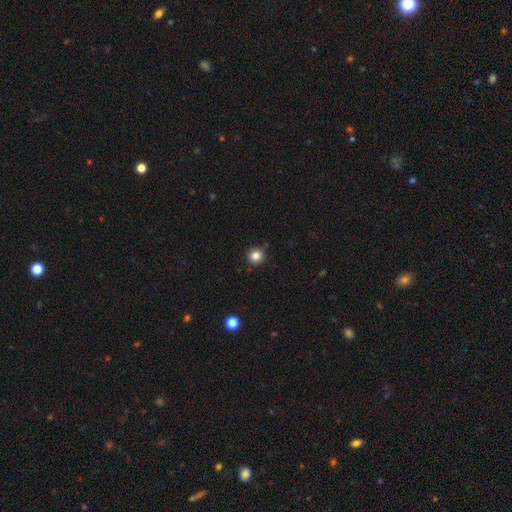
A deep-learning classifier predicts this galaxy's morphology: Smooth or featured: smooth — 84% (star or artifact — 12%)
How rounded: round — 95% (in between — 4%)
Merging: none — 88% (minor disturbance — 8%)